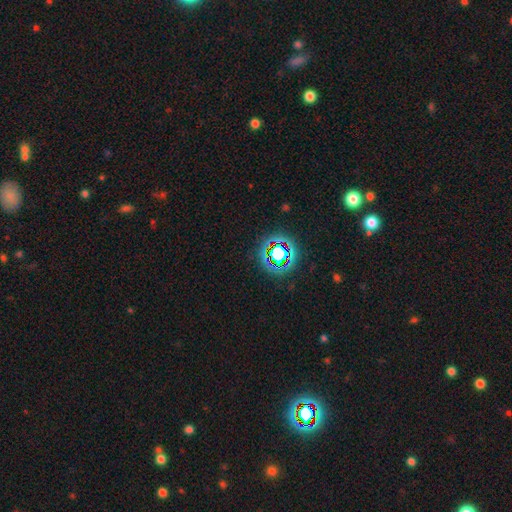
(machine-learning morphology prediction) type=star or artifact (69%).